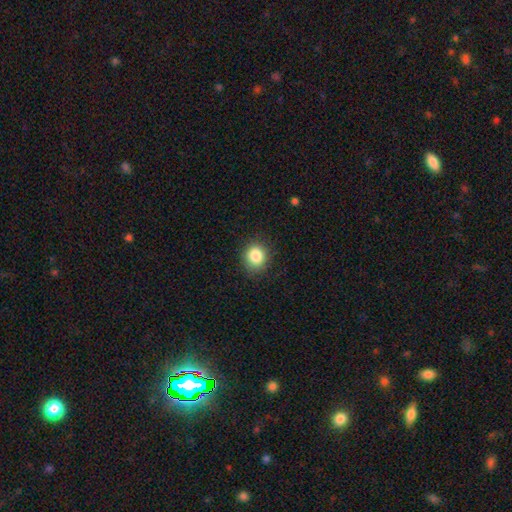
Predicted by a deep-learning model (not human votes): Morphology: type=smooth (86%); roundness=round (79%); merging=none (87%).